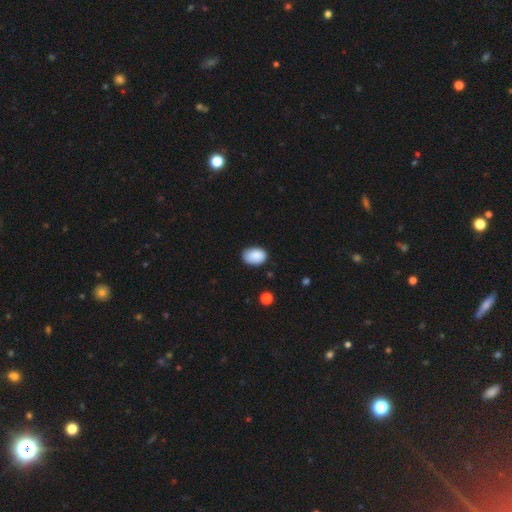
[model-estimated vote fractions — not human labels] Smooth or featured: smooth — 88% (star or artifact — 7%)
How rounded: in between — 84% (round — 15%)
Merging: none — 77% (minor disturbance — 19%)